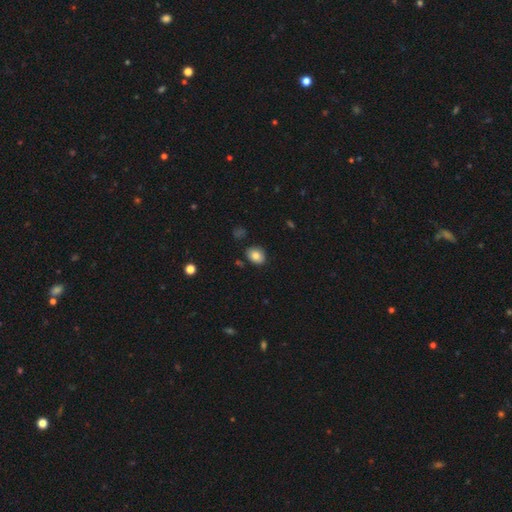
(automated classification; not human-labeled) This is clearly a smooth galaxy (82%). How rounded: likely in between (61%). Merging: clearly none (84%).